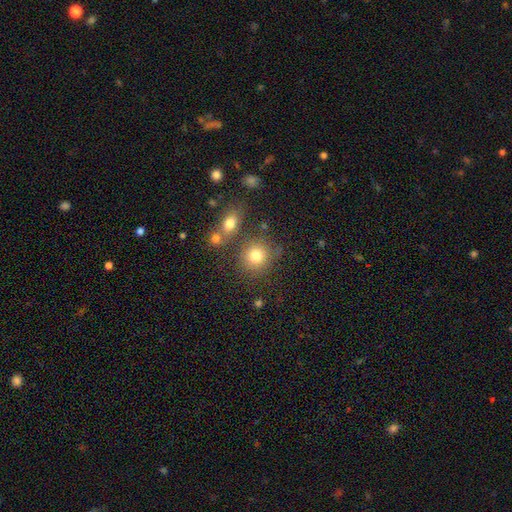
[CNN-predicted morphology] Q: Smooth or featured?
A: smooth (78%); runner-up: star or artifact (13%)
Q: How rounded?
A: round (84%); runner-up: in between (15%)
Q: Merging?
A: none (71%); runner-up: merger (12%)